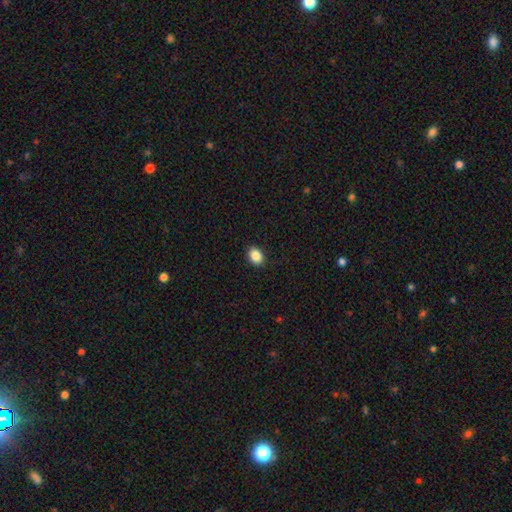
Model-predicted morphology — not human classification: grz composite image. It shows a smooth galaxy with no disk features (88%) that is in between round and cigar-shaped (66%). Merging: none (89%).